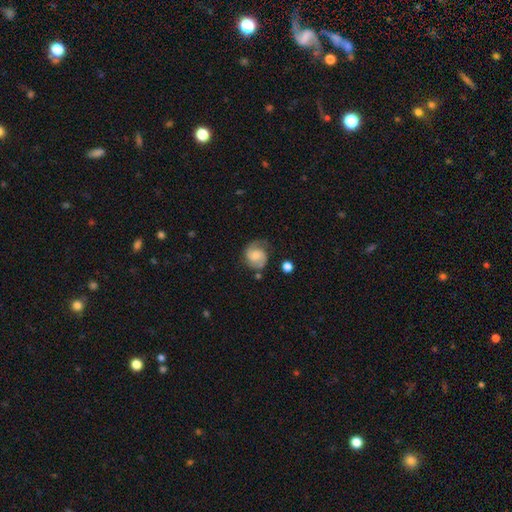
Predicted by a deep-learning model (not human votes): A featured or disk galaxy (68%) with no bar (58%), 2 (83%) medium (47%) spiral arms (94%) and a moderate central bulge (39%).

Vote fractions:
- Smooth or featured? featured or disk: 68% / smooth: 25% / star or artifact: 8%
- Edge-on disk? no: 98% / yes: 2%
- Bar? no: 58% / weak: 36% / strong: 6%
- Spiral arms? yes: 94% / no: 6%
- Spiral winding? medium: 47% / tight: 33% / loose: 20%
- Spiral arm count? 2: 83% / 1: 8% / can't tell: 6% / 3: 2% / 4: 1% / more than 4: 1%
- Bulge size? moderate: 39% / small: 31% / none: 17% / large: 11% / dominant: 2%
- Merging? none: 66% / minor disturbance: 21% / major disturbance: 9% / merger: 4%